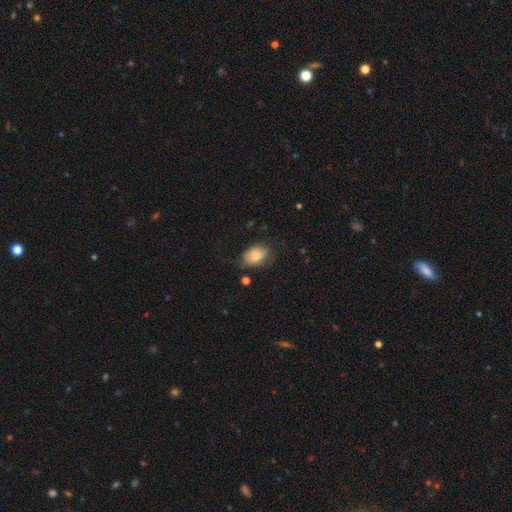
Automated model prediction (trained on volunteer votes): A smooth galaxy with no disk features (82%) that is in between round and cigar-shaped (83%).

Vote fractions:
- Smooth or featured? smooth: 82% / featured or disk: 11% / star or artifact: 8%
- How rounded? in between: 83% / round: 16% / cigar-shaped: 1%
- Merging? none: 62% / minor disturbance: 28% / major disturbance: 8% / merger: 2%